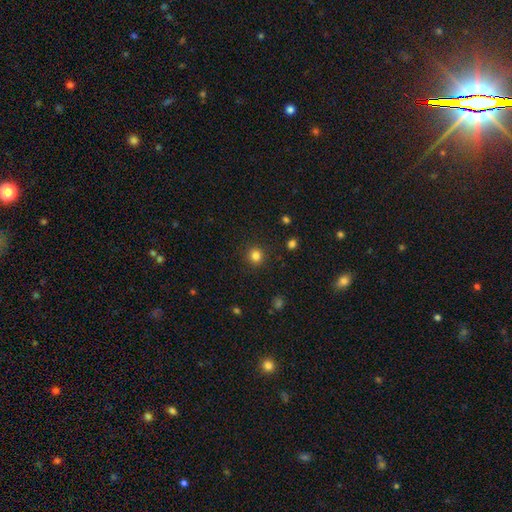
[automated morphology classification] Overall: smooth (82%). How rounded: round (94%). Merging: none (91%).